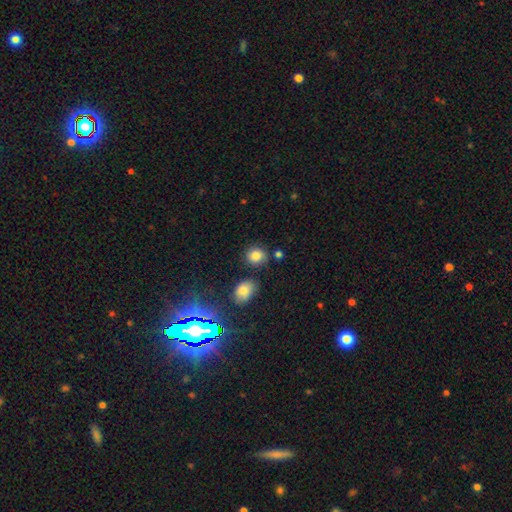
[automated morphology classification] smooth_or_featured: smooth (p=0.82) [alt: star or artifact p=0.12]
how_rounded: round (p=0.71) [alt: in between p=0.28]
merging: none (p=0.73) [alt: minor disturbance p=0.15]